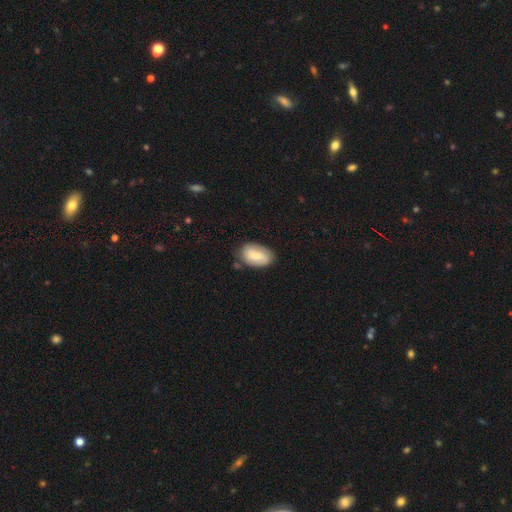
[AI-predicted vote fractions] Smooth or featured: smooth — 61% (featured or disk — 33%)
How rounded: in between — 90% (round — 8%)
Merging: none — 75% (minor disturbance — 18%)